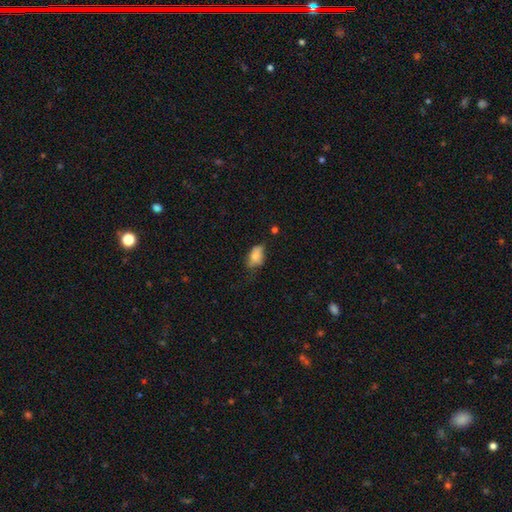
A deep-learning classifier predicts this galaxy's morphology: smooth_or_featured: smooth (p=0.70) [alt: featured or disk p=0.20]
how_rounded: in between (p=0.86) [alt: round p=0.09]
merging: none (p=0.47) [alt: minor disturbance p=0.35]